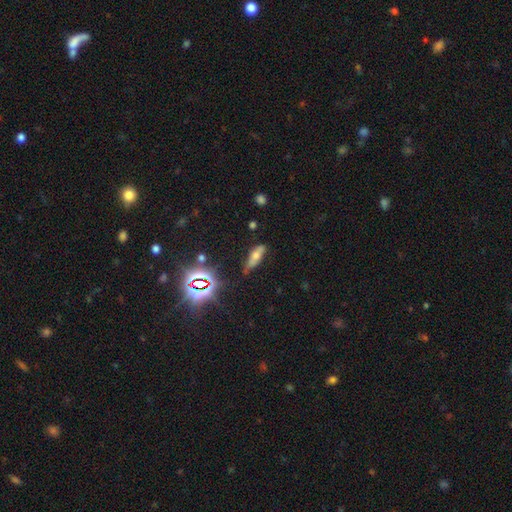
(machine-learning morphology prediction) Smooth or featured? smooth (53%)
How rounded? in between (52%)
Merging? none (62%)